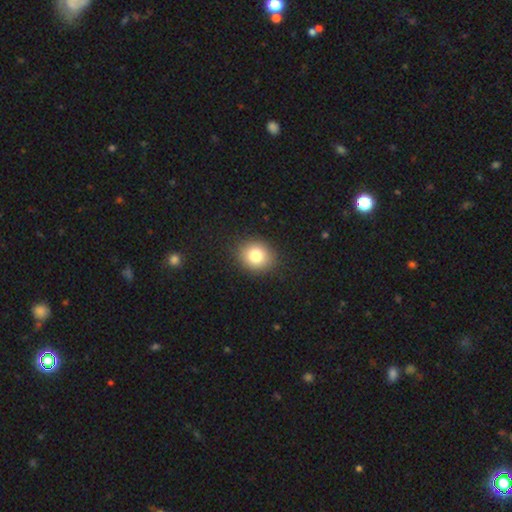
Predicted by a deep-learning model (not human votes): Overall: smooth (81%). How rounded: round (72%). Merging: none (89%).